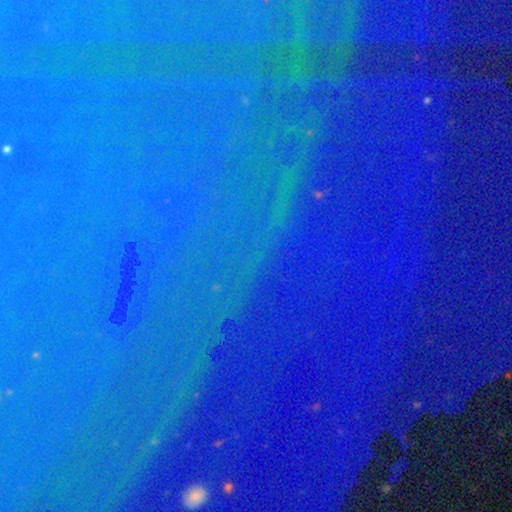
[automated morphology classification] This is clearly a star or artifact rather than a galaxy (85%).